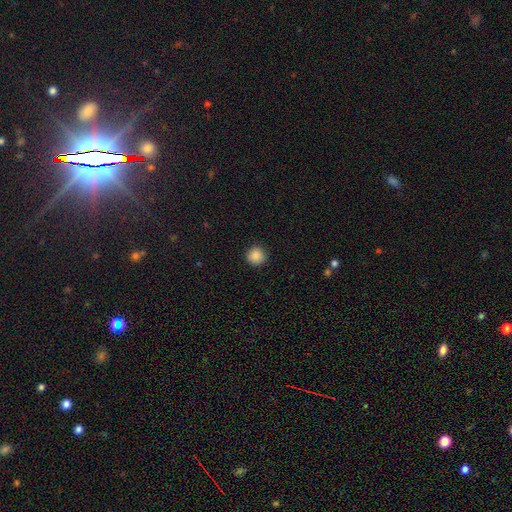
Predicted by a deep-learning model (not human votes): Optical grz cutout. It shows a smooth galaxy with no disk features (87%) that is round (95%). Merging: none (91%).